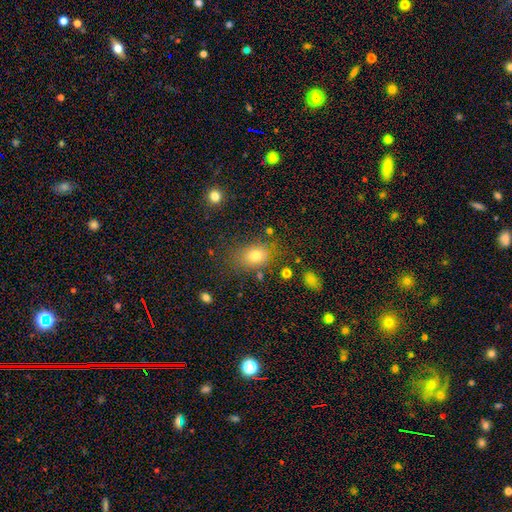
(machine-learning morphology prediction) smooth_or_featured: smooth (p=0.75) [alt: star or artifact p=0.13]
how_rounded: in between (p=0.69) [alt: round p=0.29]
merging: none (p=0.72) [alt: minor disturbance p=0.17]